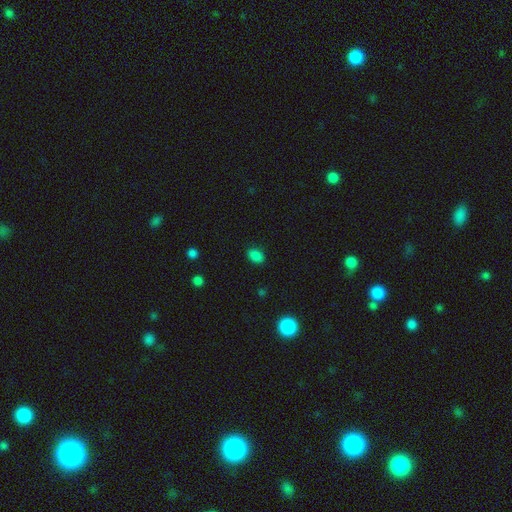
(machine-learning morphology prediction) The model was most divided on "how rounded": in between: 81%, round: 17%, cigar-shaped: 1%. More confident: merging — none (85%); smooth or featured — smooth (84%).